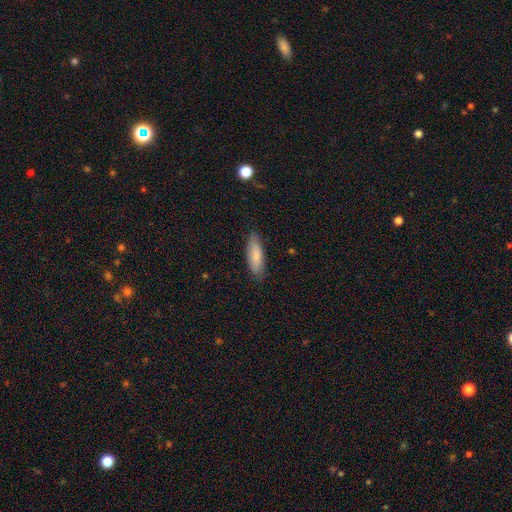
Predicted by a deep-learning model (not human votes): smooth-or-featured: smooth: 82% | featured or disk: 12% | star or artifact: 6%
  how-rounded: in between: 53% | cigar-shaped: 46% | round: 2%
  merging: none: 83% | minor disturbance: 14% | major disturbance: 2% | merger: 1%